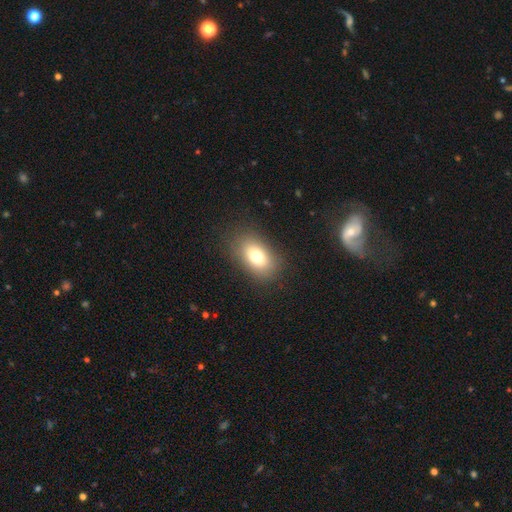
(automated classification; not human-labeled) The model was most divided on "smooth or featured": smooth: 76%, featured or disk: 14%, star or artifact: 11%. More confident: how rounded — in between (85%); merging — none (84%).